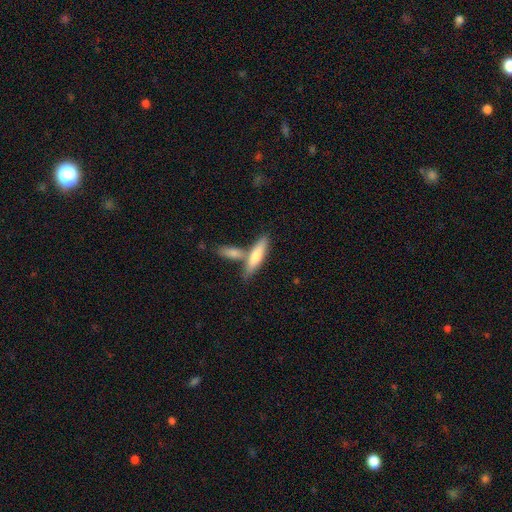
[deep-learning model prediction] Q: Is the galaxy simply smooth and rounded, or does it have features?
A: smooth — 67%.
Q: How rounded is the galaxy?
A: cigar-shaped — 69%.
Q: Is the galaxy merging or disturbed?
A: none — 53%.